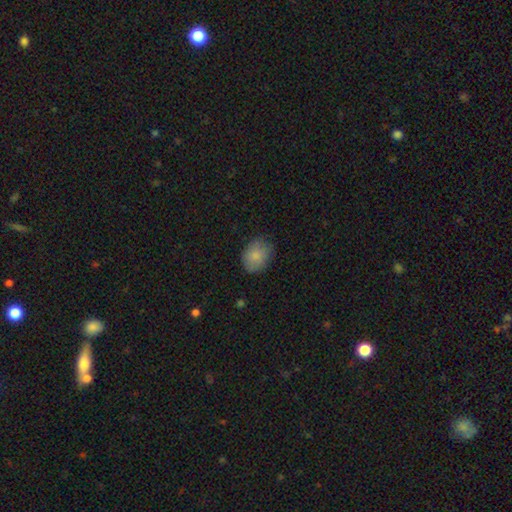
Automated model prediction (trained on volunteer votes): smooth_or_featured: smooth (p=0.83) [alt: featured or disk p=0.09]
how_rounded: in between (p=0.60) [alt: round p=0.39]
merging: none (p=0.76) [alt: minor disturbance p=0.19]